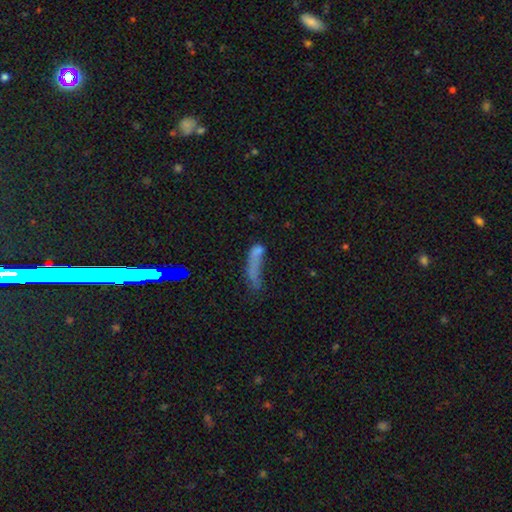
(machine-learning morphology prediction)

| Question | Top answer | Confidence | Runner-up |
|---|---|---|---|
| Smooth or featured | smooth | 57% | featured or disk (25%) |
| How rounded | cigar-shaped | 55% | in between (37%) |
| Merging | major disturbance | 34% | none (27%) |